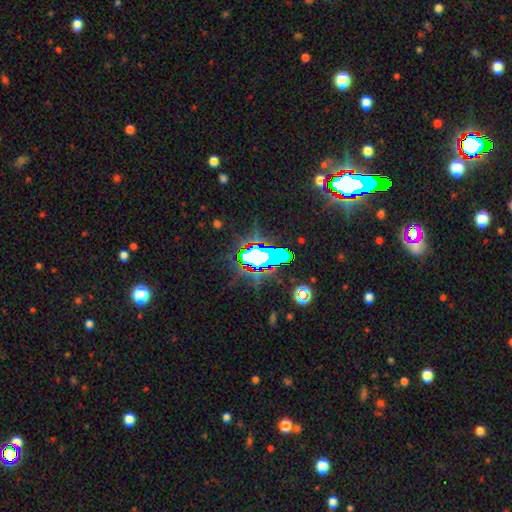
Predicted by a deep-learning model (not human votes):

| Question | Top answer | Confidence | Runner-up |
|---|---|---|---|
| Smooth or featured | star or artifact | 62% | smooth (20%) |